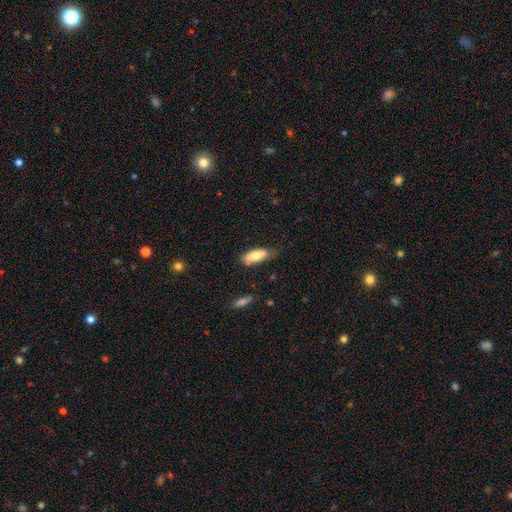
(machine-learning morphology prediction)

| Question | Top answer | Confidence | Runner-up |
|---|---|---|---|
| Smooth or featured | smooth | 77% | featured or disk (17%) |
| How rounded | in between | 77% | cigar-shaped (21%) |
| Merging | none | 62% | minor disturbance (29%) |